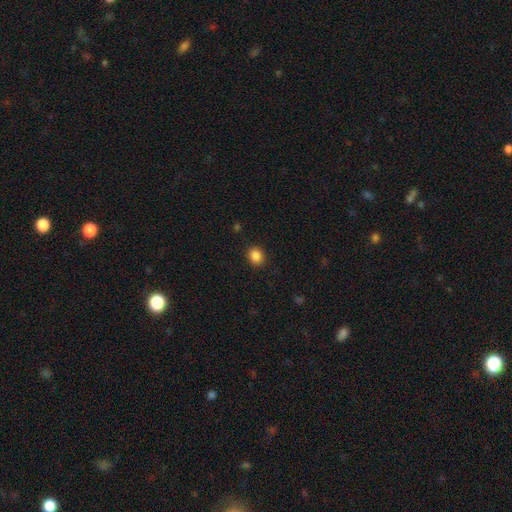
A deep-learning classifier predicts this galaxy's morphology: A smooth galaxy with no disk features (86%) that is round (69%).

Vote fractions:
- Smooth or featured? smooth: 86% / star or artifact: 10% / featured or disk: 3%
- How rounded? round: 69% / in between: 30% / cigar-shaped: 1%
- Merging? none: 90% / minor disturbance: 7% / major disturbance: 2% / merger: 1%